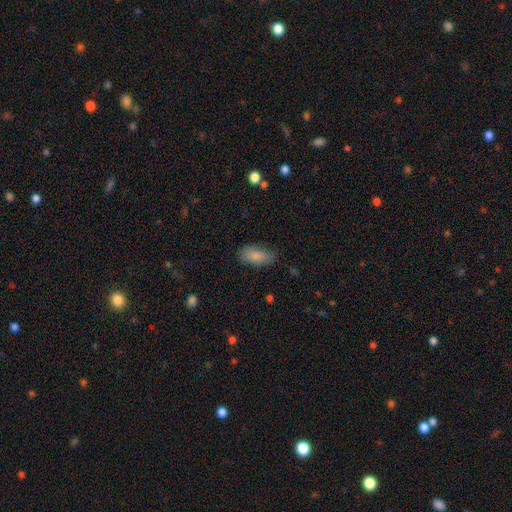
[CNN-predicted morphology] smooth-or-featured: smooth: 85% | featured or disk: 8% | star or artifact: 7%
  how-rounded: in between: 92% | cigar-shaped: 5% | round: 4%
  merging: none: 75% | minor disturbance: 19% | major disturbance: 5% | merger: 1%